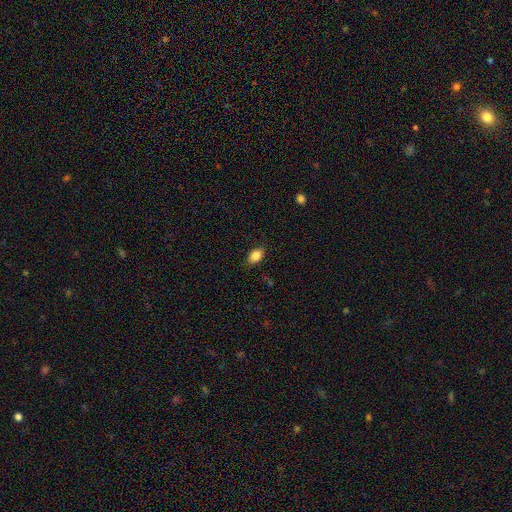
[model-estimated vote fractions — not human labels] smooth_or_featured: smooth (p=0.85) [alt: star or artifact p=0.08]
how_rounded: in between (p=0.85) [alt: round p=0.13]
merging: none (p=0.83) [alt: minor disturbance p=0.13]